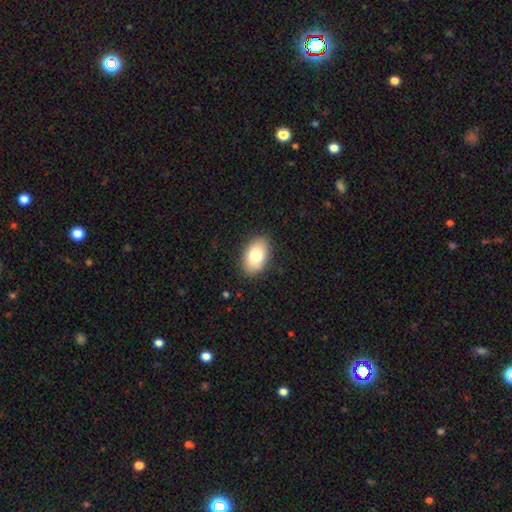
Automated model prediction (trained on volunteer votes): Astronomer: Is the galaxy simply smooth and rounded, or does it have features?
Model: smooth — 79%.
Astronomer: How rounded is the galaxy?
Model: in between — 91%.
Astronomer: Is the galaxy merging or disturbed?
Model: none — 88%.